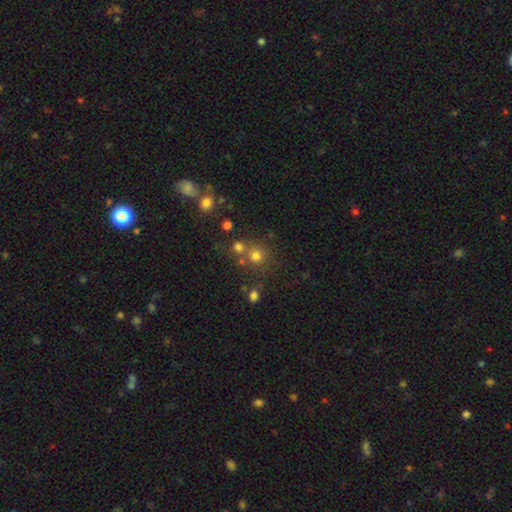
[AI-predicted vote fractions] This is likely a smooth galaxy (73%). How rounded: clearly round (91%). Merging: likely none (64%).